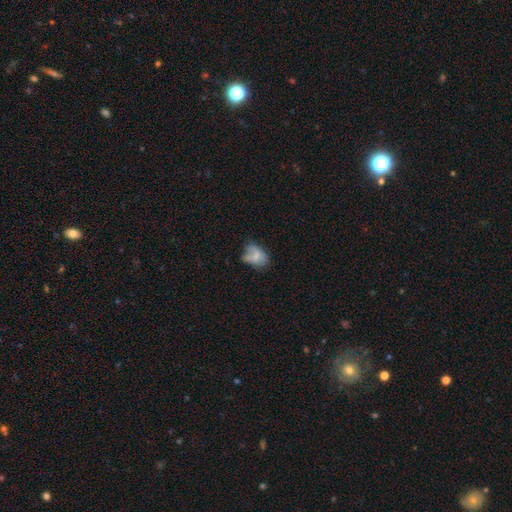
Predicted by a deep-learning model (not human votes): Q: Smooth or featured?
A: smooth (62%); runner-up: featured or disk (28%)
Q: How rounded?
A: in between (79%); runner-up: round (19%)
Q: Merging?
A: none (38%); runner-up: minor disturbance (34%)